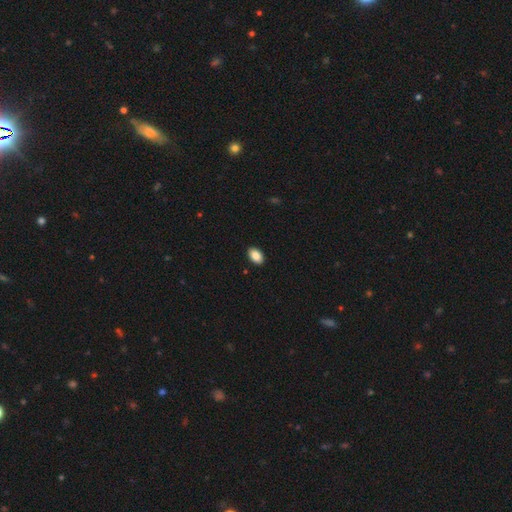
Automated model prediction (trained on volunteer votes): Smooth or featured? Predicted: smooth (p=0.88). How rounded? Predicted: in between (p=0.91). Merging? Predicted: none (p=0.91).